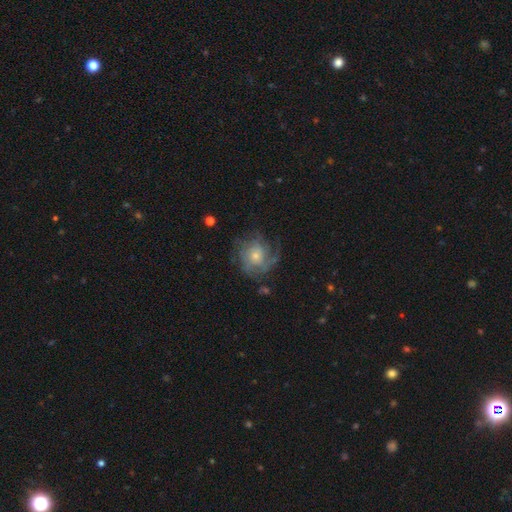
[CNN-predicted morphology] smooth_or_featured: featured or disk (p=0.66) [alt: smooth p=0.26]
disk_edge_on: no (p=0.97) [alt: yes p=0.03]
bar: no (p=0.81) [alt: weak p=0.16]
has_spiral_arms: yes (p=0.82) [alt: no p=0.18]
spiral_winding: tight (p=0.50) [alt: medium p=0.33]
spiral_arm_count: can't tell (p=0.48) [alt: 3 p=0.15]
bulge_size: small (p=0.45) [tied with: moderate p=0.45]
merging: none (p=0.62) [alt: minor disturbance p=0.19]